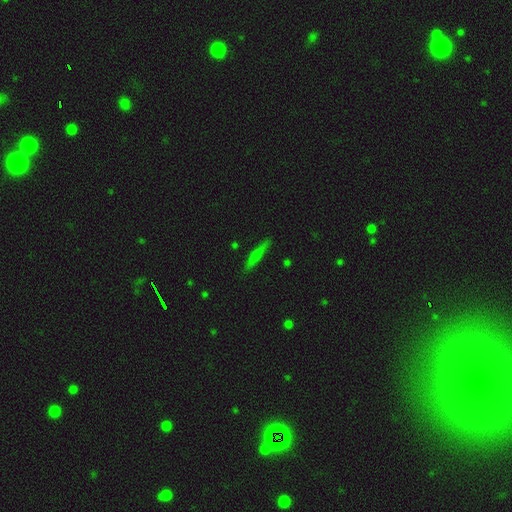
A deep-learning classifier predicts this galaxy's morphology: Q: Smooth or featured?
A: smooth (52%); runner-up: featured or disk (38%)
Q: How rounded?
A: cigar-shaped (91%); runner-up: in between (7%)
Q: Merging?
A: none (88%); runner-up: minor disturbance (9%)